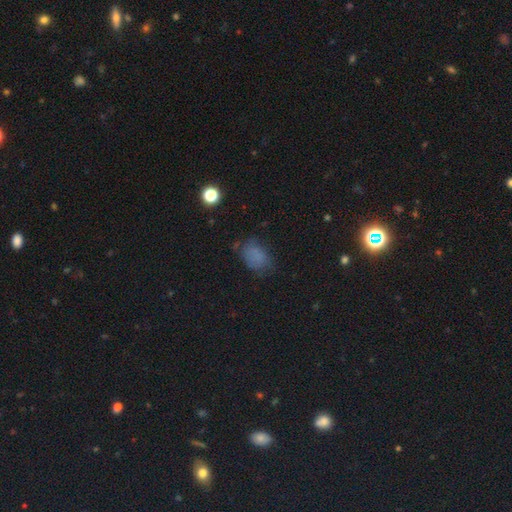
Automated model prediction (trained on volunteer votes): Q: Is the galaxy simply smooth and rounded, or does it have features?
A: smooth — 73%.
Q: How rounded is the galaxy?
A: in between — 78%.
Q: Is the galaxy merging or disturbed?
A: none — 59%.